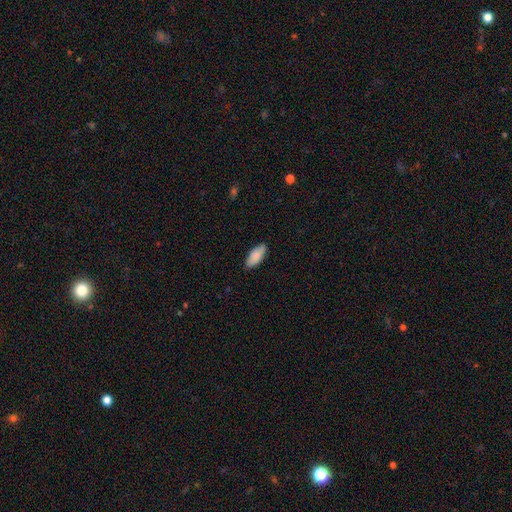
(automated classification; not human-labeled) smooth-or-featured: smooth: 87% | featured or disk: 7% | star or artifact: 6%
  how-rounded: in between: 84% | cigar-shaped: 14% | round: 2%
  merging: none: 83% | minor disturbance: 14% | major disturbance: 2% | merger: 1%